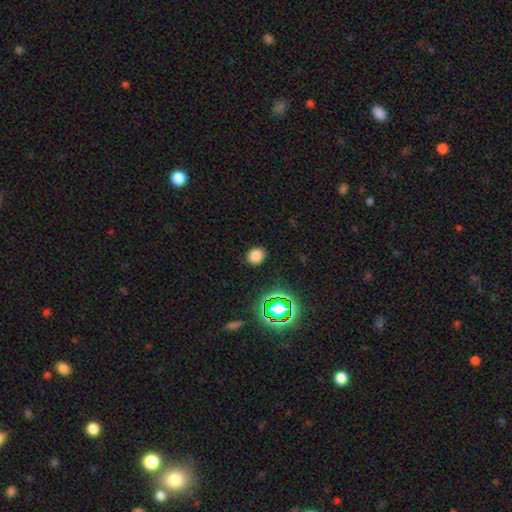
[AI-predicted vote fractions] Smooth or featured? Predicted: smooth (p=0.77). How rounded? Predicted: round (p=0.60). Merging? Predicted: none (p=0.88).